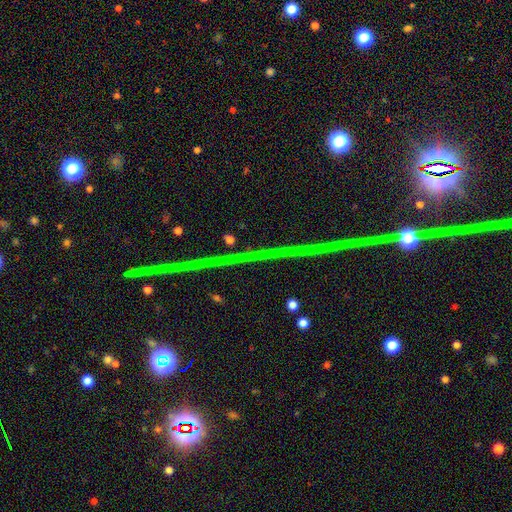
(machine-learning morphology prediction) smooth-or-featured: star or artifact: 83% | featured or disk: 11% | smooth: 6%